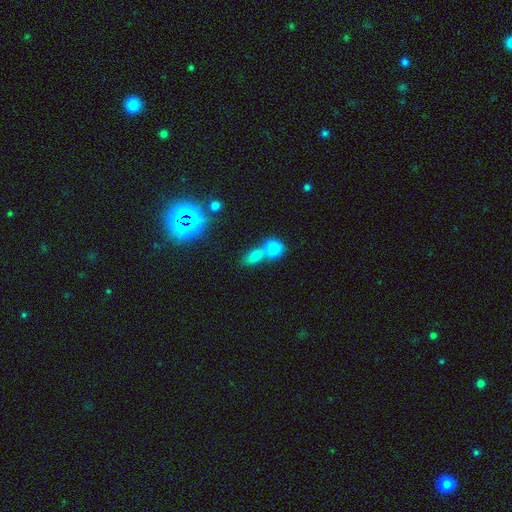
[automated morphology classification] This is likely a smooth galaxy (73%). How rounded: possibly in between (53%). Merging: possibly merger (54%).